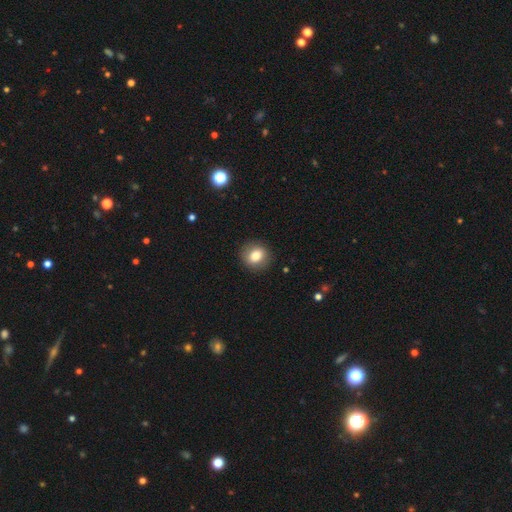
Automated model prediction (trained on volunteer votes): Smooth or featured: smooth — 80% (featured or disk — 11%)
How rounded: round — 78% (in between — 21%)
Merging: none — 89% (minor disturbance — 7%)